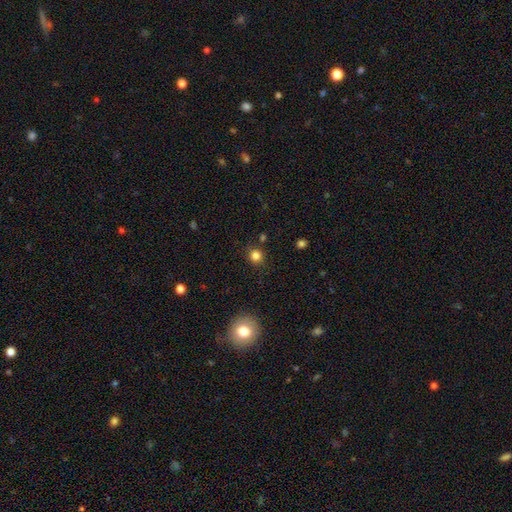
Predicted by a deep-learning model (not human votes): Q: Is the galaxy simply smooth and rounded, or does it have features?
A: smooth — 82%.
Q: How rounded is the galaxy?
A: round — 89%.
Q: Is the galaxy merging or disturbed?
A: none — 85%.